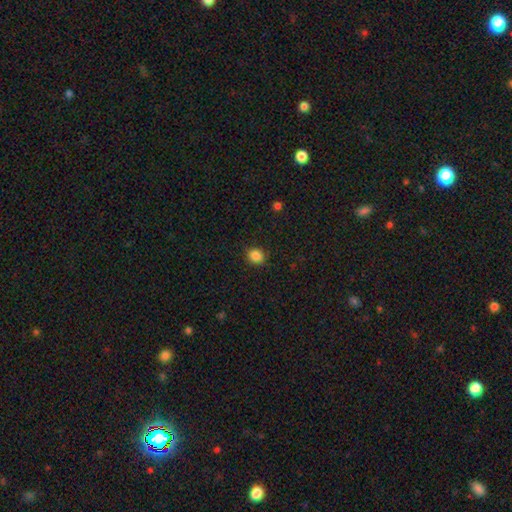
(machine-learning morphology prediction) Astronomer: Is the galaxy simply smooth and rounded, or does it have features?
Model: smooth — 86%.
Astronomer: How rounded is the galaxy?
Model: round — 79%.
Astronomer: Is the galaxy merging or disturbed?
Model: none — 88%.